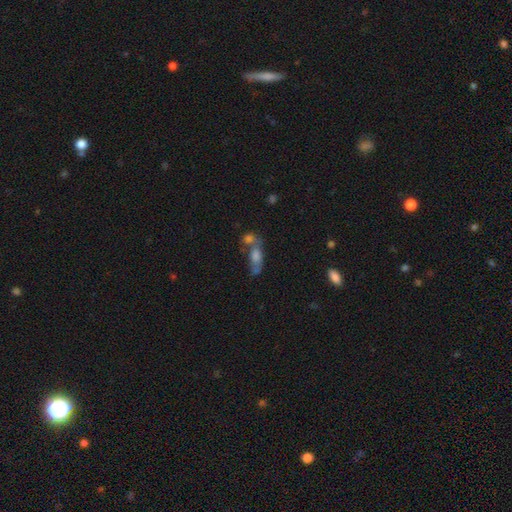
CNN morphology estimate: smooth 49%, featured or disk 33%, star or artifact 17%. Down the decision tree: merging — merger (46%).